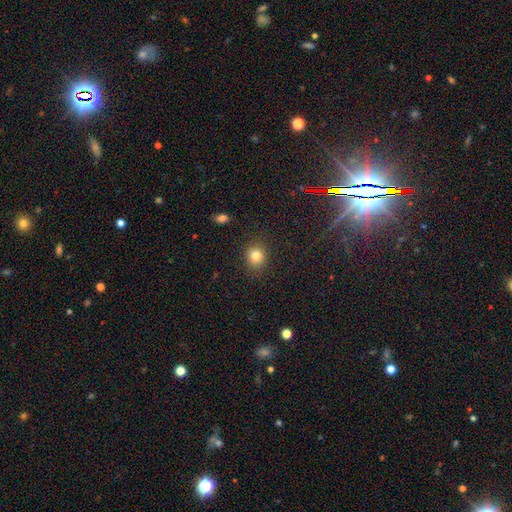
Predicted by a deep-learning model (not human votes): Smooth or featured? smooth (82%)
How rounded? round (76%)
Merging? none (87%)